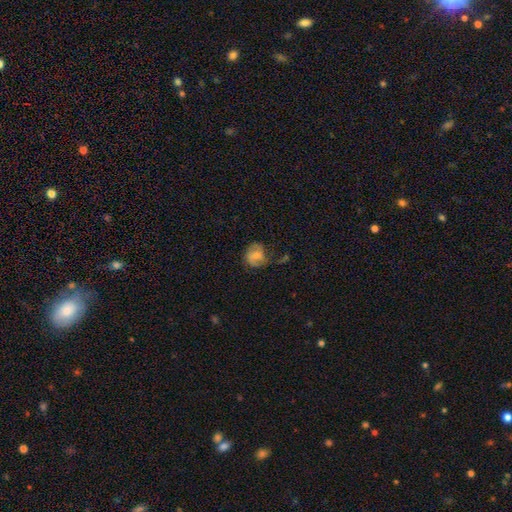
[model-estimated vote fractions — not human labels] Overall: smooth (52%; featured or disk 39%). How rounded: round (68%; in between 31%). Merging: none (52%; minor disturbance 29%).